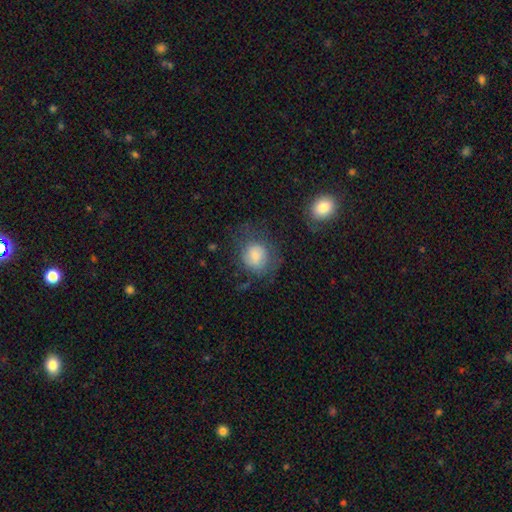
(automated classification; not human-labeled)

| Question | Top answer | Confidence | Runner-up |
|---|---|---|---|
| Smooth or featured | smooth | 72% | featured or disk (18%) |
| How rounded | round | 70% | in between (29%) |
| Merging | none | 58% | minor disturbance (22%) |